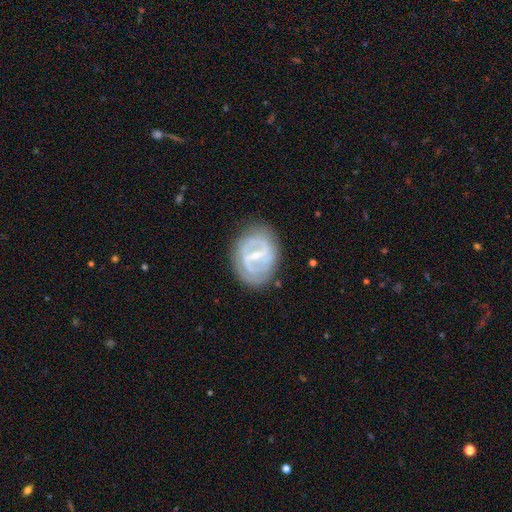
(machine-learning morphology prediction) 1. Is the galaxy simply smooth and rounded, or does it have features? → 79% featured or disk, 15% smooth, 6% star or artifact.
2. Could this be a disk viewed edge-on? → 96% no, 4% yes.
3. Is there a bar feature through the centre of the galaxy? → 58% strong, 33% weak, 9% no.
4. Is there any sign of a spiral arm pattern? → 69% yes, 31% no.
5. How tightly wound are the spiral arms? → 46% tight, 37% medium, 17% loose.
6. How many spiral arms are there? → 64% 2, 23% can't tell, 5% 3, 4% 1, 2% 4, 2% more than 4.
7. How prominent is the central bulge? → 59% small, 30% moderate, 8% none, 2% large, 1% dominant.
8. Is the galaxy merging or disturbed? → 76% none, 16% minor disturbance, 6% major disturbance, 2% merger.